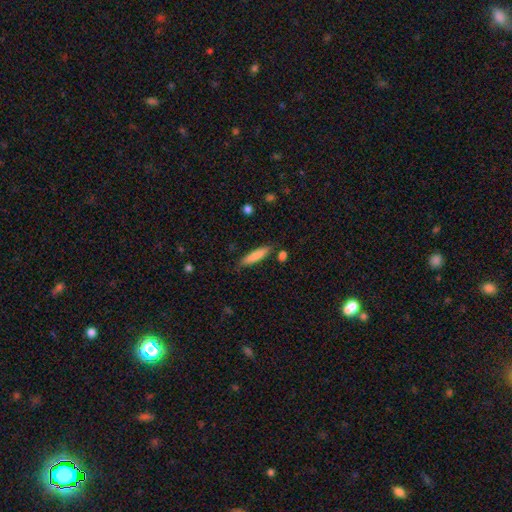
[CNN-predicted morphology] Q: Smooth or featured?
A: smooth (81%); runner-up: featured or disk (13%)
Q: How rounded?
A: cigar-shaped (85%); runner-up: in between (14%)
Q: Merging?
A: none (82%); runner-up: minor disturbance (12%)